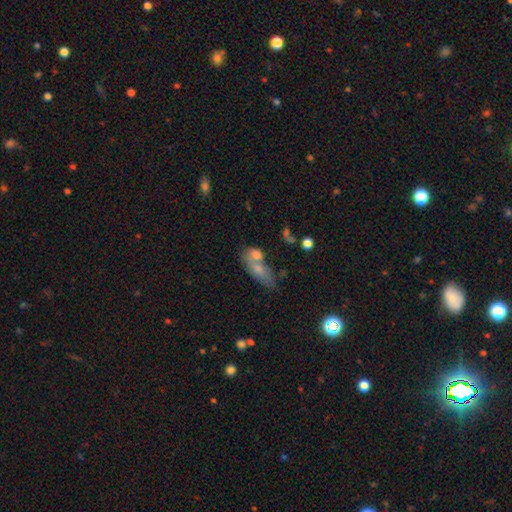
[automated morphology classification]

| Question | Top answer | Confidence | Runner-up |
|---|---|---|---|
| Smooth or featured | smooth | 68% | featured or disk (22%) |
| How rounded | in between | 72% | round (15%) |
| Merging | merger | 56% | none (24%) |